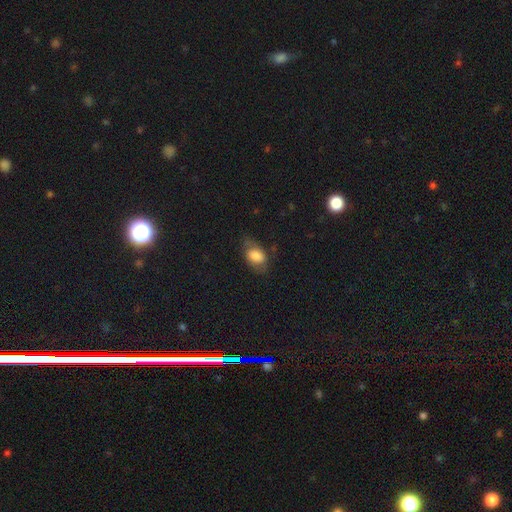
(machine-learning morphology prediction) smooth-or-featured: smooth: 76% | featured or disk: 17% | star or artifact: 8%
  how-rounded: in between: 86% | round: 12% | cigar-shaped: 2%
  merging: none: 62% | minor disturbance: 25% | major disturbance: 12% | merger: 1%